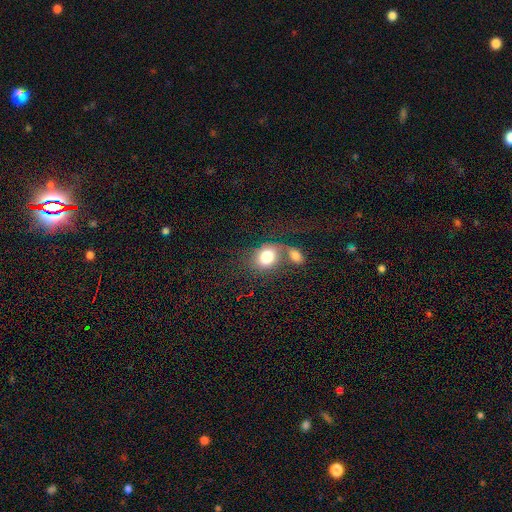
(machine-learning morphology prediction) Smooth or featured? smooth (59%)
How rounded? round (74%)
Merging? none (55%)